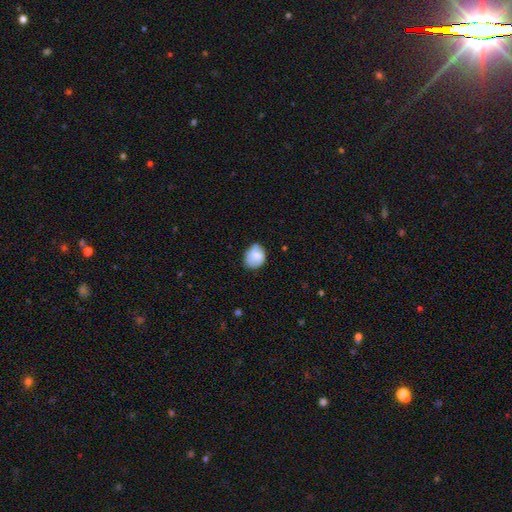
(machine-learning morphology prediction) Smooth or featured? Predicted: smooth (p=0.75). How rounded? Predicted: in between (p=0.54). Merging? Predicted: none (p=0.62).